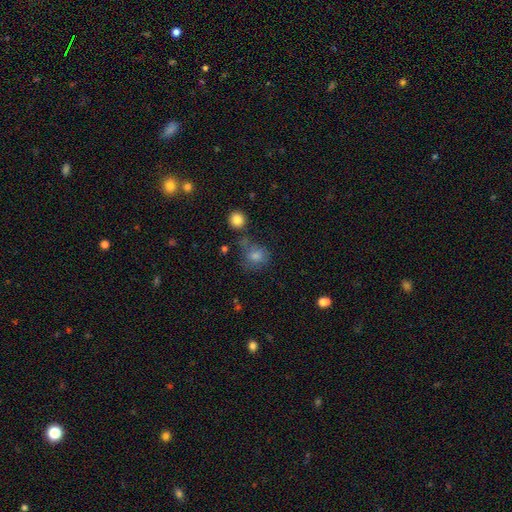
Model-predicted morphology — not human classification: Overall: smooth (79%). How rounded: round (69%; in between 30%). Merging: none (55%; minor disturbance 22%).